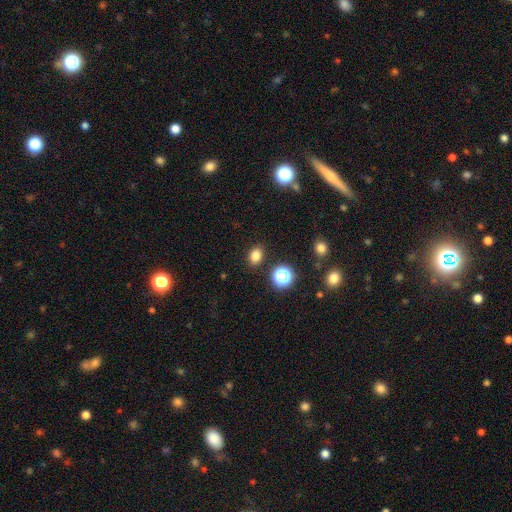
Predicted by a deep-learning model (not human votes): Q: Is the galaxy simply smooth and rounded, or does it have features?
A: smooth — 80%.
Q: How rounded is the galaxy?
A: in between — 63%.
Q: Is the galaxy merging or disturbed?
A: none — 86%.